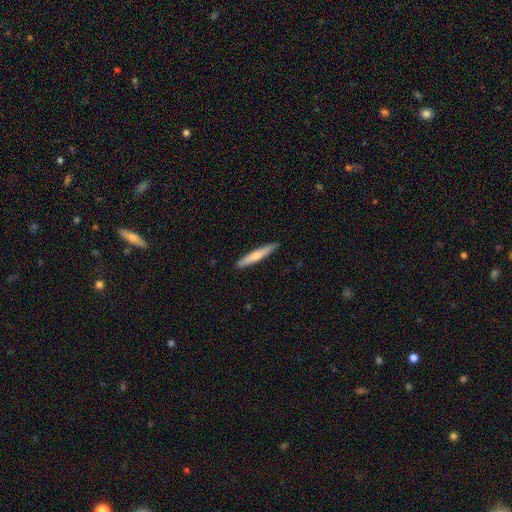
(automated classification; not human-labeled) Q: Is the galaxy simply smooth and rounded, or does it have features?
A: smooth — 60%.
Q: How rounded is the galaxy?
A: cigar-shaped — 94%.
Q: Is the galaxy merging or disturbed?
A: none — 90%.